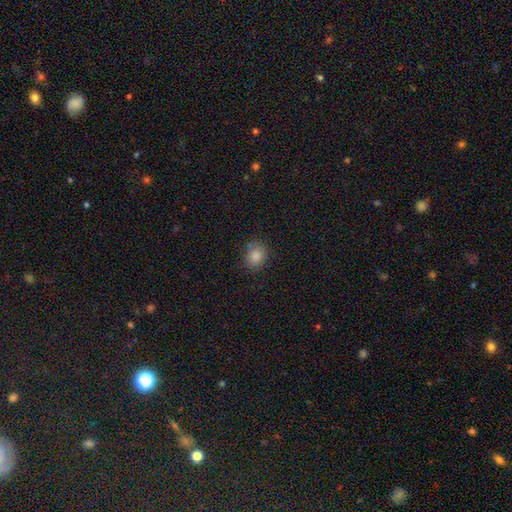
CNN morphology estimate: This appears to be a smooth galaxy with no disk features (85%) that is round (66%). Merging: none (78%).